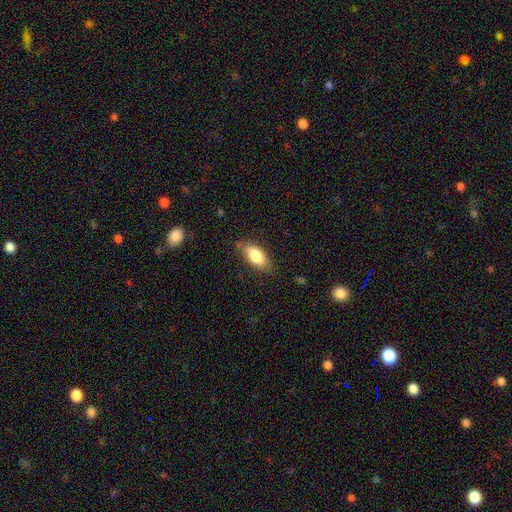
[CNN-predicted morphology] smooth_or_featured: smooth (p=0.82) [alt: featured or disk p=0.11]
how_rounded: in between (p=0.86) [alt: cigar-shaped p=0.11]
merging: none (p=0.79) [alt: minor disturbance p=0.16]